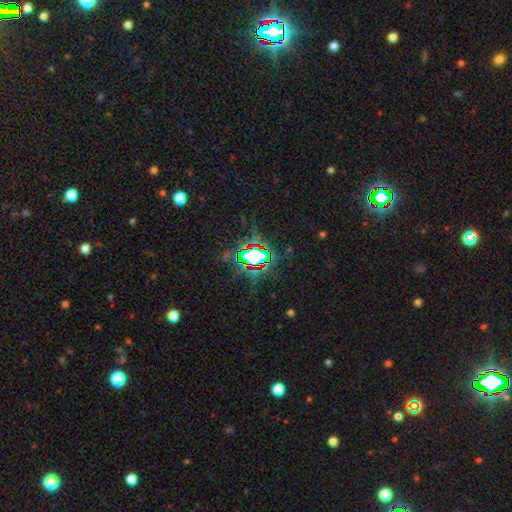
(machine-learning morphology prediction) smooth_or_featured: star or artifact (p=0.73) [alt: smooth p=0.15]